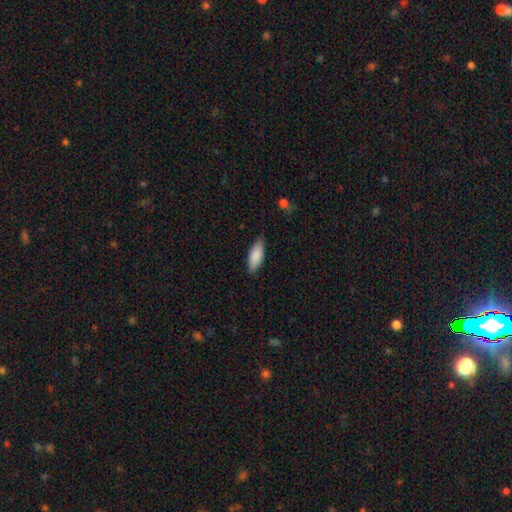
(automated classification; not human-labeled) This appears to be a smooth galaxy with no disk features (87%) that is in between round and cigar-shaped (75%). Merging: none (84%).